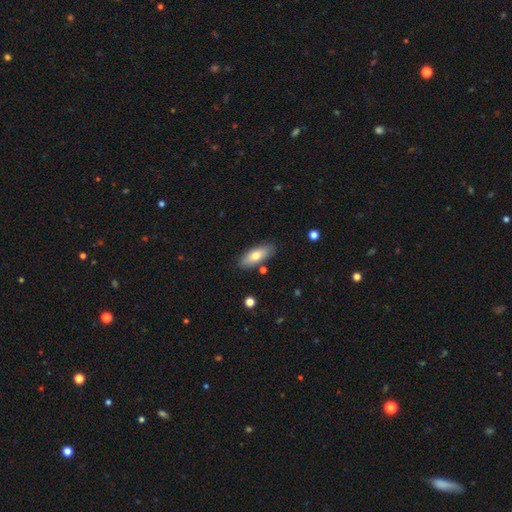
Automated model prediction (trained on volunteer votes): A smooth galaxy with no disk features (71%) that is in between round and cigar-shaped (75%). Merging: none (83%).